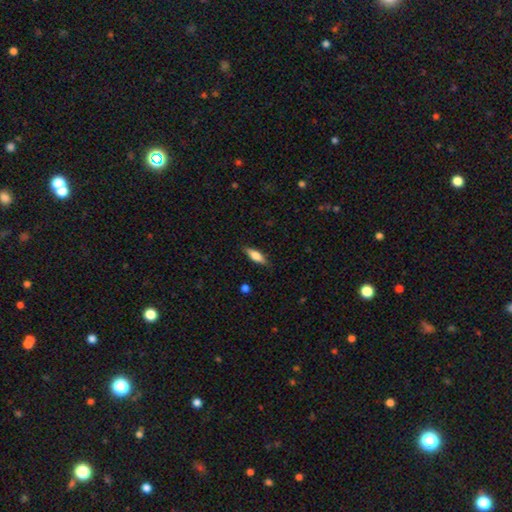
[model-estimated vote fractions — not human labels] Q: Smooth or featured?
A: smooth (60%); runner-up: featured or disk (33%)
Q: How rounded?
A: in between (53%); runner-up: cigar-shaped (44%)
Q: Merging?
A: none (85%); runner-up: minor disturbance (11%)